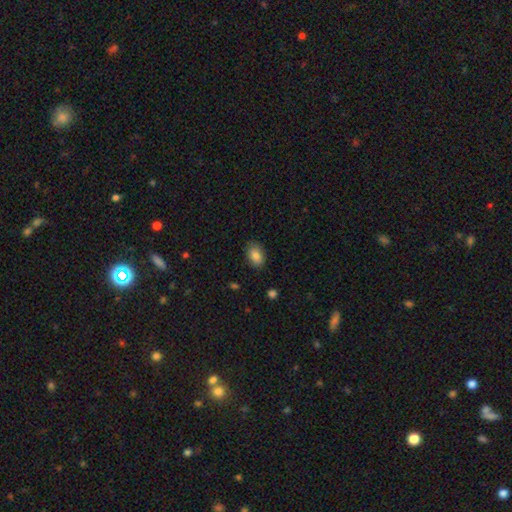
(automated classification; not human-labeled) smooth-or-featured: smooth: 85% | star or artifact: 8% | featured or disk: 7%
  how-rounded: in between: 84% | round: 15% | cigar-shaped: 1%
  merging: none: 83% | minor disturbance: 13% | major disturbance: 3% | merger: 1%